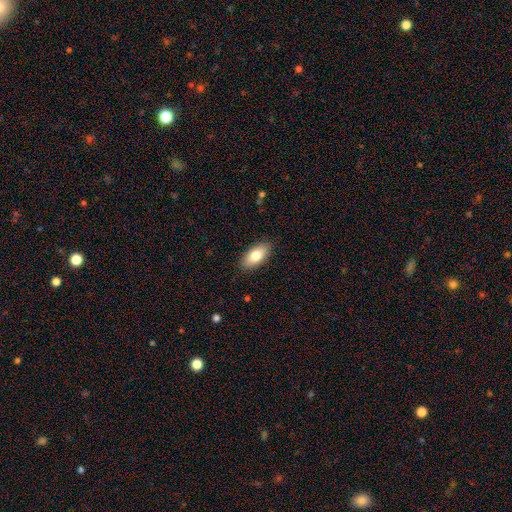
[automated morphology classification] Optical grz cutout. It shows a smooth galaxy with no disk features (80%) that is in between round and cigar-shaped (91%). Merging: none (88%).